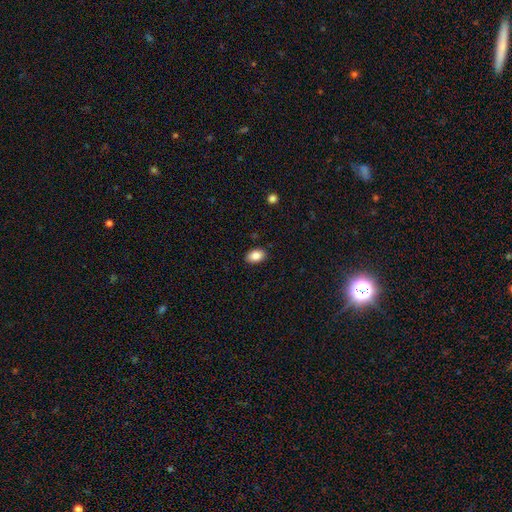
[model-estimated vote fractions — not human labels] smooth 87%, star or artifact 8%, featured or disk 5%. Down the decision tree: how rounded — in between (87%); merging — none (88%).